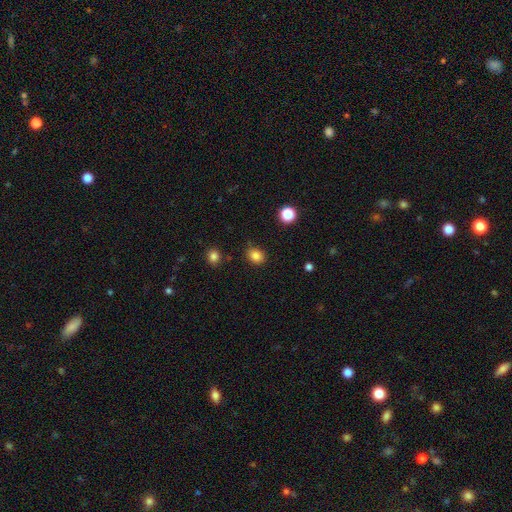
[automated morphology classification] Smooth or featured? Predicted: smooth (p=0.83). How rounded? Predicted: round (p=0.64). Merging? Predicted: none (p=0.82).